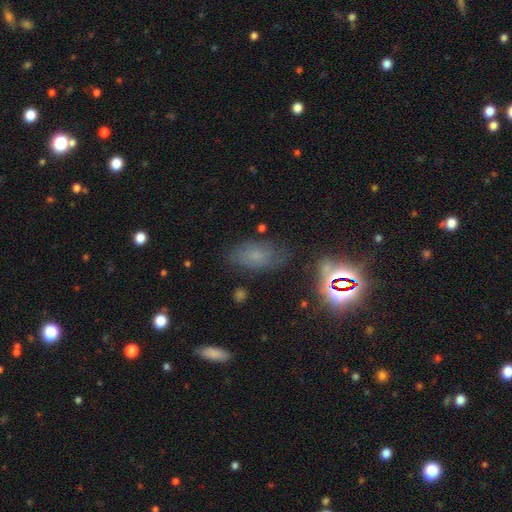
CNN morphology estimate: This is possibly a smooth galaxy (45%). Merging: likely none (70%).